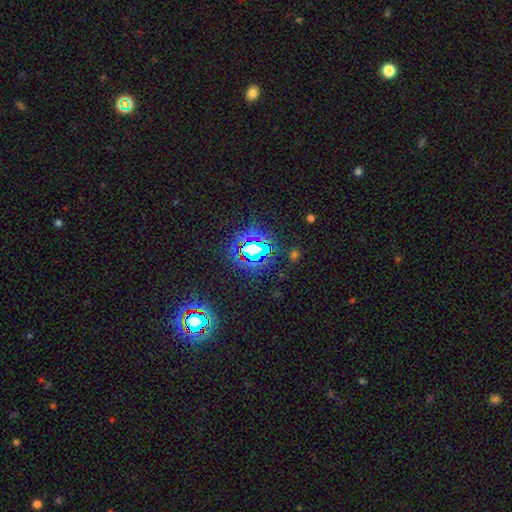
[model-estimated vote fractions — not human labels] Morphology: type=star or artifact (74%).